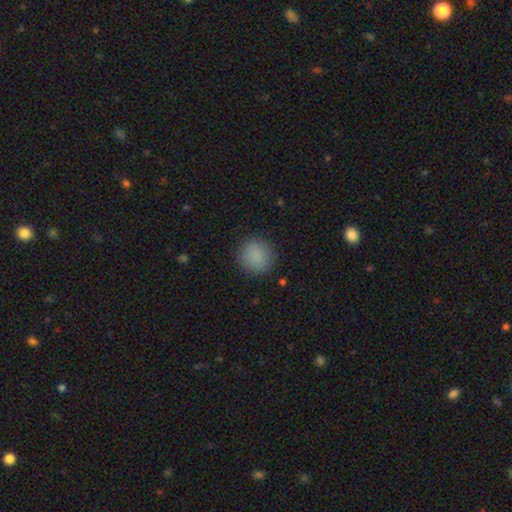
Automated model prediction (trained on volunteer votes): Smooth or featured? Predicted: smooth (p=0.87). How rounded? Predicted: round (p=0.87). Merging? Predicted: none (p=0.88).